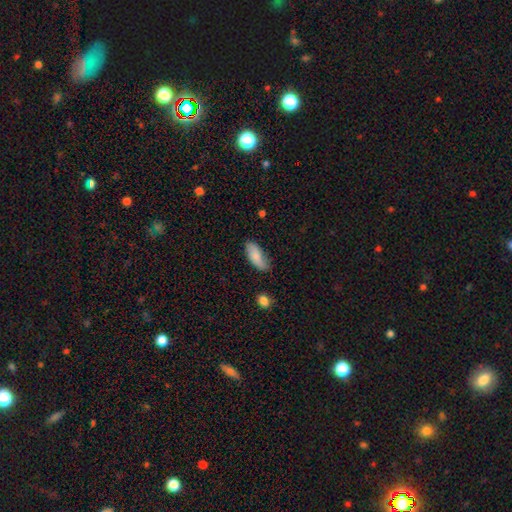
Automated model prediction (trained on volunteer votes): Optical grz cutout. It shows a smooth galaxy with no disk features (81%) that is in between round and cigar-shaped (83%). Merging: none (73%).